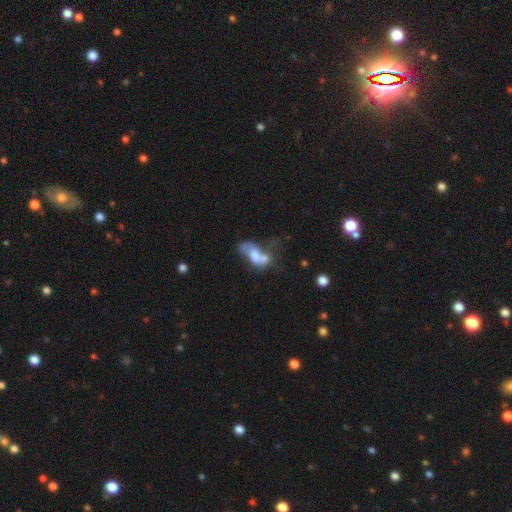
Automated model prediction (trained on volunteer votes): Smooth or featured: smooth — 54% (featured or disk — 36%)
How rounded: in between — 81% (round — 13%)
Merging: merger — 63% (major disturbance — 17%)